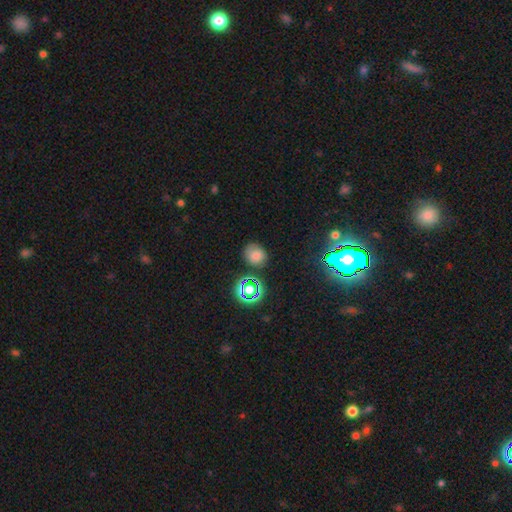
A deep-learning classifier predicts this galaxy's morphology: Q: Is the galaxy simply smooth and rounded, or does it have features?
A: smooth — 70%.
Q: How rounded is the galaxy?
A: round — 71%.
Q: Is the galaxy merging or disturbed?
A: none — 75%.